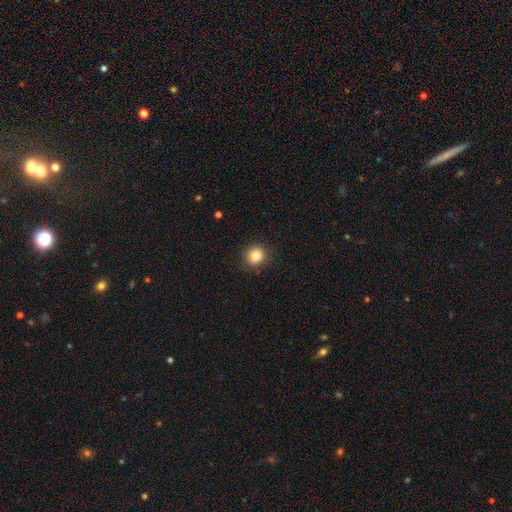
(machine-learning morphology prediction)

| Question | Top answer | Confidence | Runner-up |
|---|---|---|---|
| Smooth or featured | smooth | 84% | star or artifact (11%) |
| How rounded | round | 84% | in between (15%) |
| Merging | none | 88% | minor disturbance (9%) |